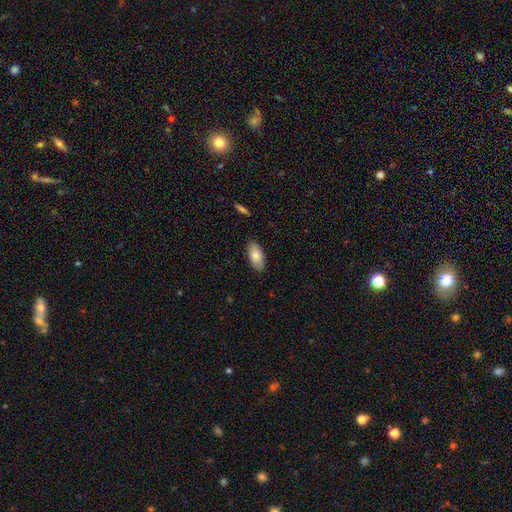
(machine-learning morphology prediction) Overall: smooth (84%). How rounded: in between (92%). Merging: none (87%).